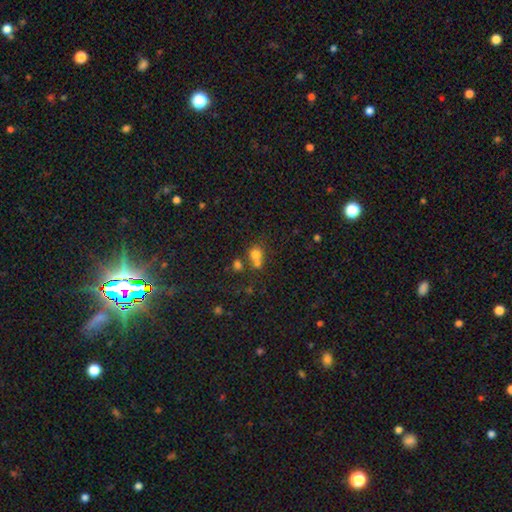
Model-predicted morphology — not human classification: Smooth or featured: smooth — 72% (star or artifact — 16%)
How rounded: round — 69% (in between — 30%)
Merging: merger — 49% (none — 36%)